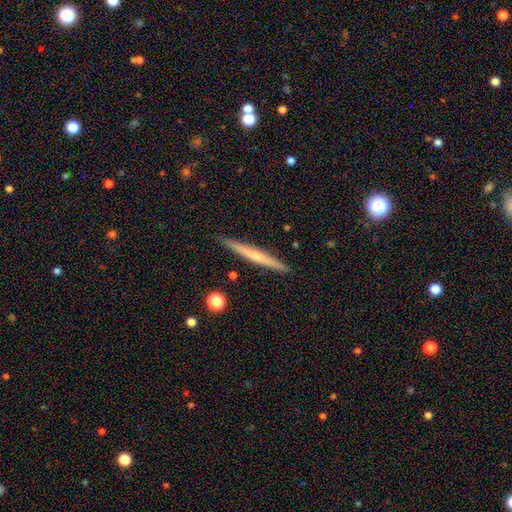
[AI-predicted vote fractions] Q: Smooth or featured?
A: featured or disk (55%); runner-up: smooth (39%)
Q: Edge-on disk?
A: yes (97%); runner-up: no (3%)
Q: Edge-on bulge?
A: none (50%); runner-up: rounded (45%)
Q: Merging?
A: none (91%); runner-up: minor disturbance (6%)